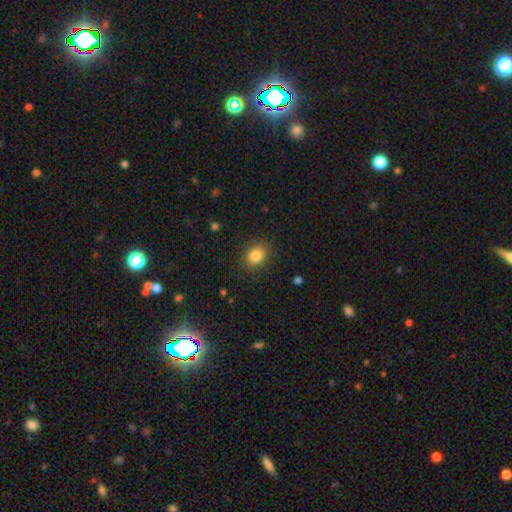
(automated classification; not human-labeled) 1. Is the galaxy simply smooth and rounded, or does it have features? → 84% smooth, 10% star or artifact, 6% featured or disk.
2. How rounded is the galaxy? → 55% round, 44% in between, 1% cigar-shaped.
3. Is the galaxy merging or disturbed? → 87% none, 9% minor disturbance, 3% major disturbance, 1% merger.